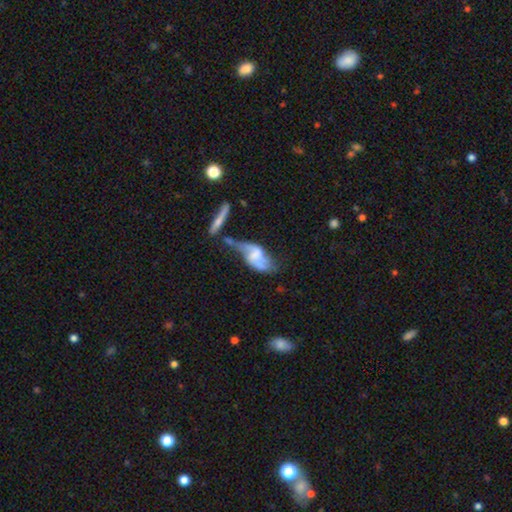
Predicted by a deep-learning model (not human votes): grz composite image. It shows a featured or disk galaxy (65%) with no bar (47%), spiral arms (76%) and no central bulge (43%). Merging: merger (30%).